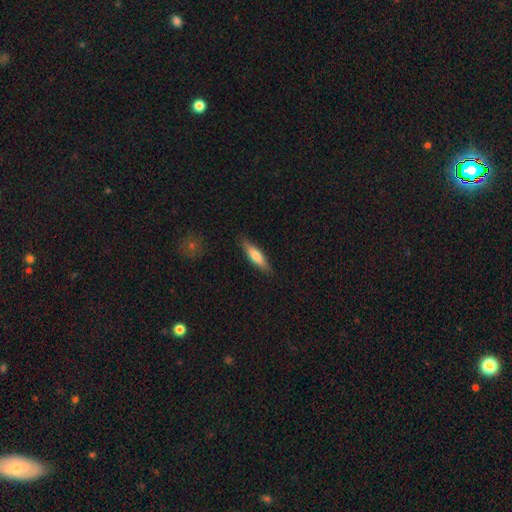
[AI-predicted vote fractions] A smooth galaxy with no disk features (65%) that is cigar-shaped (70%).

Vote fractions:
- Smooth or featured? smooth: 65% / featured or disk: 29% / star or artifact: 6%
- How rounded? cigar-shaped: 70% / in between: 28% / round: 2%
- Merging? none: 86% / minor disturbance: 11% / major disturbance: 2% / merger: 1%